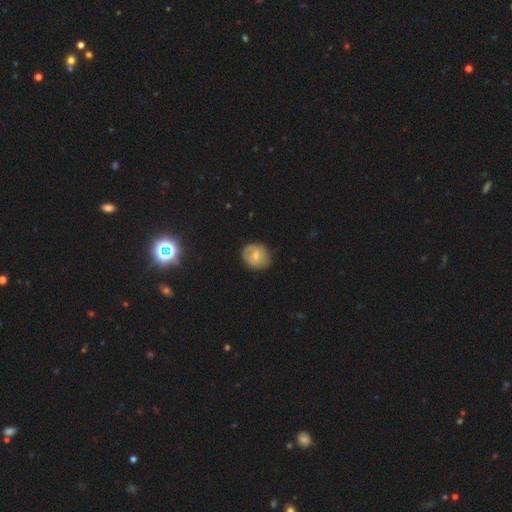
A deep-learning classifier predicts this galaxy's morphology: smooth-or-featured: smooth: 57% | featured or disk: 35% | star or artifact: 8%
  how-rounded: round: 68% | in between: 31% | cigar-shaped: 1%
  merging: none: 73% | minor disturbance: 21% | major disturbance: 5% | merger: 1%